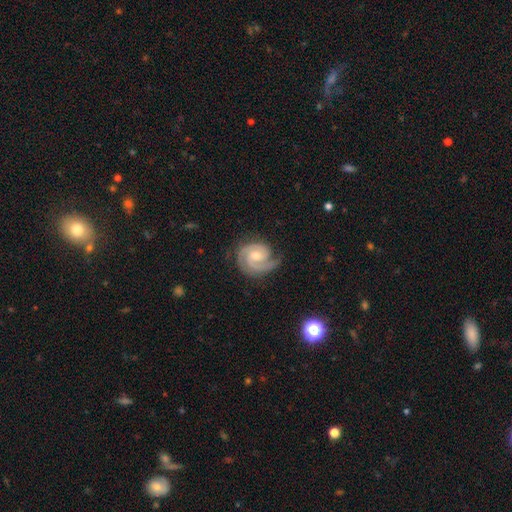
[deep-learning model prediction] featured or disk 89%, smooth 6%, star or artifact 4%. Down the decision tree: edge-on disk — no (98%); bar — no (60%); spiral arms — yes (98%); spiral arm count — 2 (61%); spiral winding — tight (62%); bulge size — moderate (62%); merging — none (72%).